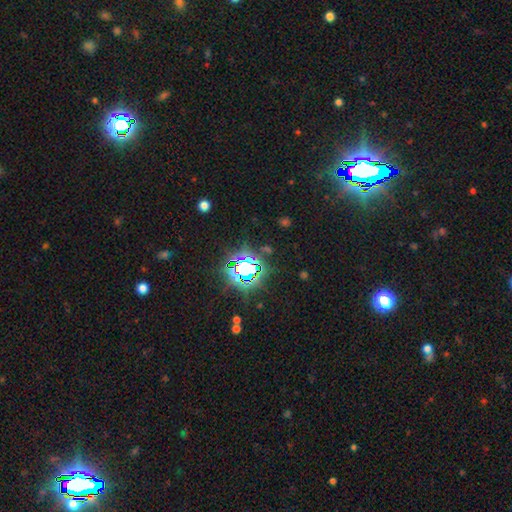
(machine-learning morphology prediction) The model was most divided on "smooth or featured": star or artifact: 83%, smooth: 10%, featured or disk: 7%.